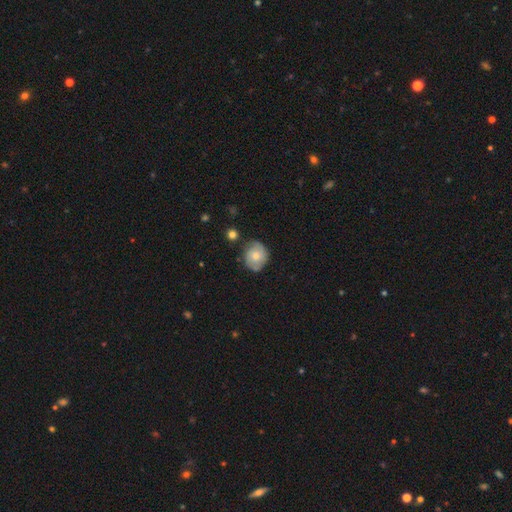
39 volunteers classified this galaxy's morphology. Q: Smooth or featured?
A: smooth (74%); runner-up: featured or disk (26%)
Q: How rounded?
A: round (62%); runner-up: in between (38%)
Q: Merging?
A: none (67%); runner-up: minor disturbance (26%)